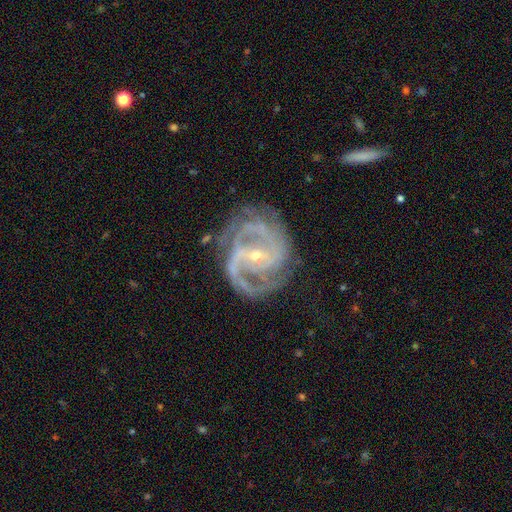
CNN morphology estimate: A featured or disk galaxy (91%) with a weak bar (38%), 2 (53%) medium (48%) spiral arms (98%) and a small central bulge (74%). Merging: none (65%).